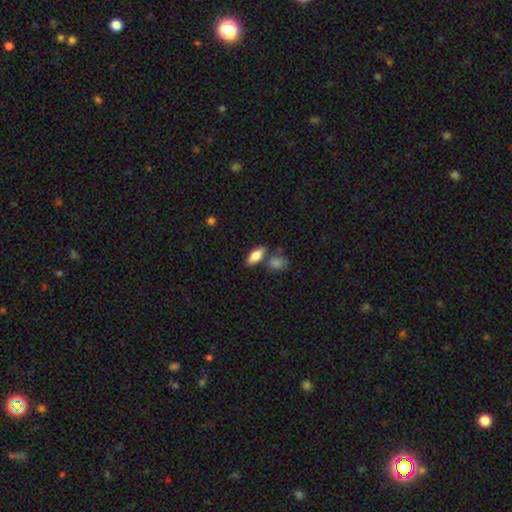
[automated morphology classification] Smooth or featured: smooth — 79% (featured or disk — 15%)
How rounded: in between — 81% (cigar-shaped — 15%)
Merging: none — 69% (merger — 14%)